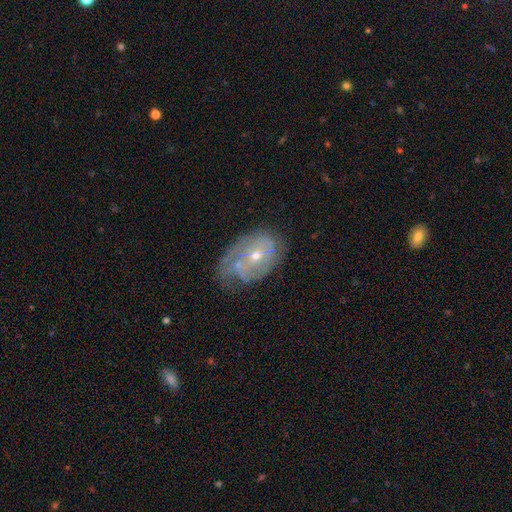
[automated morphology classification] A featured or disk galaxy (76%) with no bar (58%), tight (55%) spiral arms (80%) and a small central bulge (54%).

Vote fractions:
- Smooth or featured? featured or disk: 76% / smooth: 16% / star or artifact: 8%
- Edge-on disk? no: 96% / yes: 4%
- Bar? no: 58% / weak: 34% / strong: 8%
- Spiral arms? yes: 80% / no: 20%
- Spiral winding? tight: 55% / medium: 31% / loose: 14%
- Spiral arm count? can't tell: 42% / 2: 30% / 1: 12% / 3: 10% / 4: 4% / more than 4: 3%
- Bulge size? small: 54% / moderate: 43% / large: 1% / none: 1% / dominant: 1%
- Merging? none: 45% / minor disturbance: 32% / major disturbance: 18% / merger: 6%